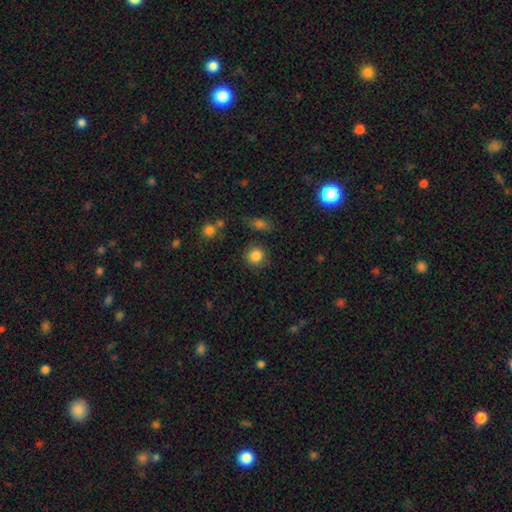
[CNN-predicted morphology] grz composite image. It shows a smooth galaxy with no disk features (85%) that is round (87%). Merging: none (83%).